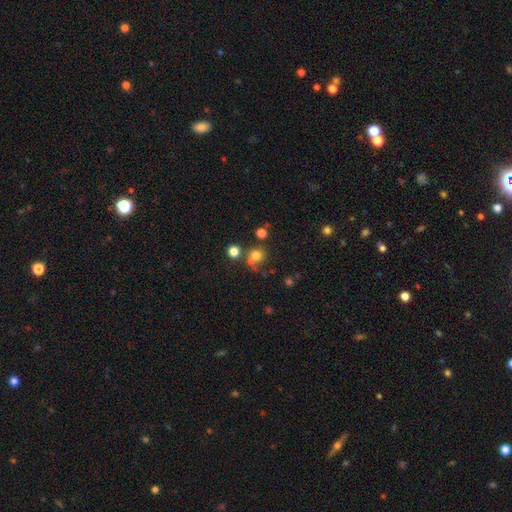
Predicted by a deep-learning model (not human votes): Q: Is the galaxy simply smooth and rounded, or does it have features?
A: smooth — 71%.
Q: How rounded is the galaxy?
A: round — 86%.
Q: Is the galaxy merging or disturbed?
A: none — 59%.